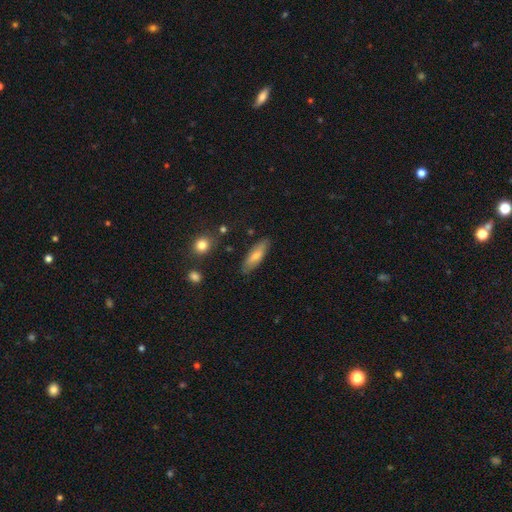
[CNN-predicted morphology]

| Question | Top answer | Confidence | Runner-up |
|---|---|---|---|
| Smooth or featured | smooth | 72% | featured or disk (22%) |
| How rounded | cigar-shaped | 50% | in between (48%) |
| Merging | none | 83% | minor disturbance (12%) |